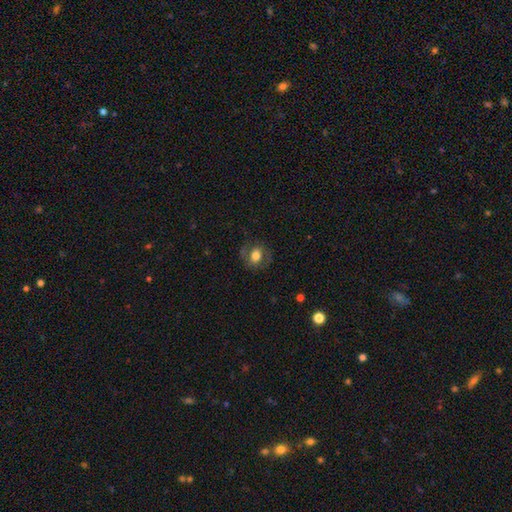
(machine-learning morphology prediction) The model was most divided on "how rounded": in between: 53%, round: 46%, cigar-shaped: 1%. More confident: merging — none (69%); smooth or featured — smooth (64%).